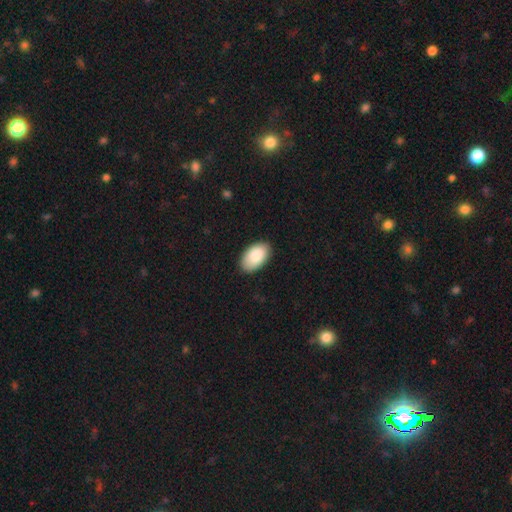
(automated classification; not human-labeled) A smooth galaxy with no disk features (89%) that is in between round and cigar-shaped (95%). Merging: none (87%).